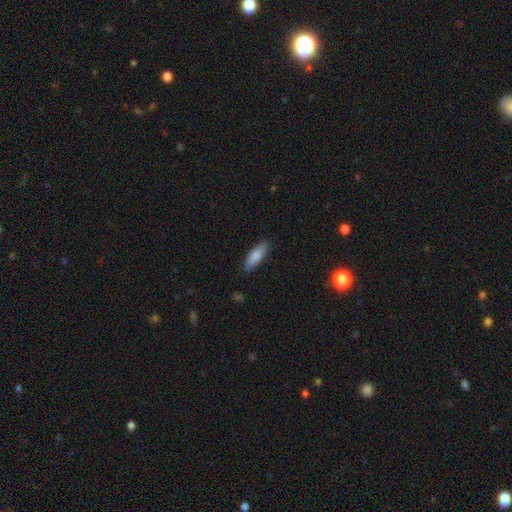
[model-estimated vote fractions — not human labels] smooth_or_featured: smooth (p=0.84) [alt: featured or disk p=0.10]
how_rounded: in between (p=0.55) [alt: cigar-shaped p=0.43]
merging: none (p=0.87) [alt: minor disturbance p=0.10]